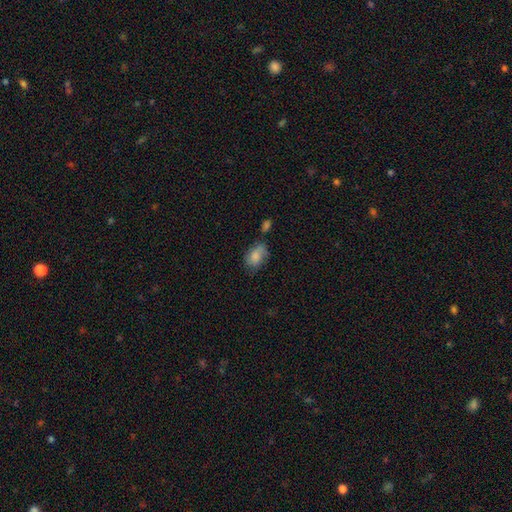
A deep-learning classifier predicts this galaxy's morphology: A smooth galaxy with no disk features (79%) that is in between round and cigar-shaped (86%).

Vote fractions:
- Smooth or featured? smooth: 79% / featured or disk: 13% / star or artifact: 8%
- How rounded? in between: 86% / round: 12% / cigar-shaped: 2%
- Merging? none: 48% / minor disturbance: 30% / merger: 11% / major disturbance: 11%